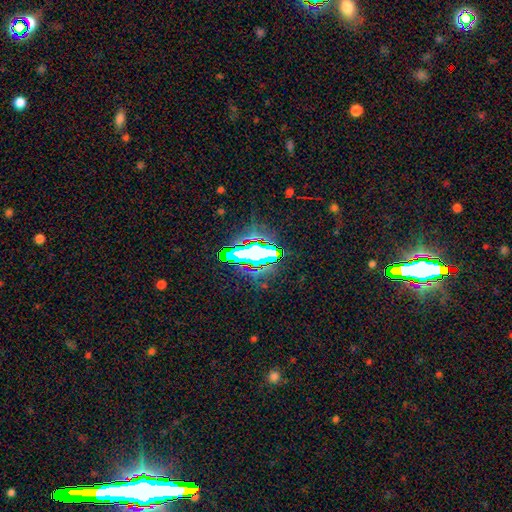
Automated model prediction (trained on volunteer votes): A star or artifact, not a galaxy (60%).